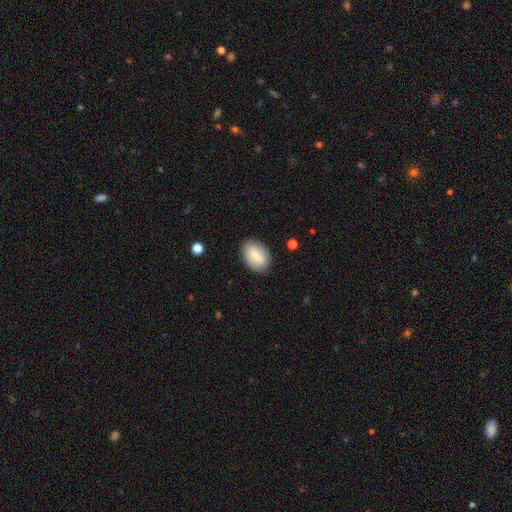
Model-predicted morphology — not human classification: smooth-or-featured: smooth: 76% | featured or disk: 18% | star or artifact: 7%
  how-rounded: in between: 86% | round: 13% | cigar-shaped: 1%
  merging: none: 84% | minor disturbance: 12% | major disturbance: 3% | merger: 1%